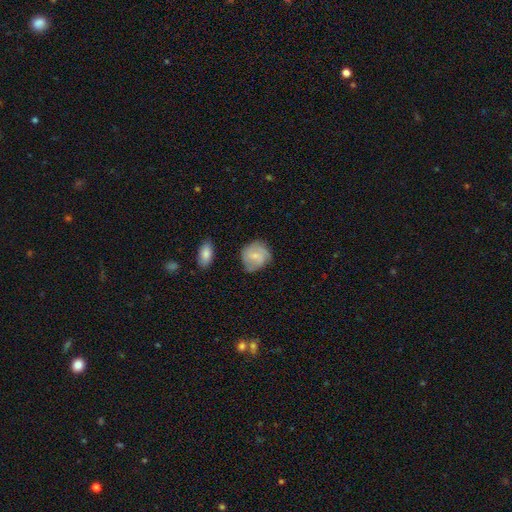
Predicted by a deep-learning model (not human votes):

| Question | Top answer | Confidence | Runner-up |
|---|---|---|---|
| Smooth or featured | smooth | 47% | featured or disk (46%) |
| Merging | none | 63% | minor disturbance (27%) |